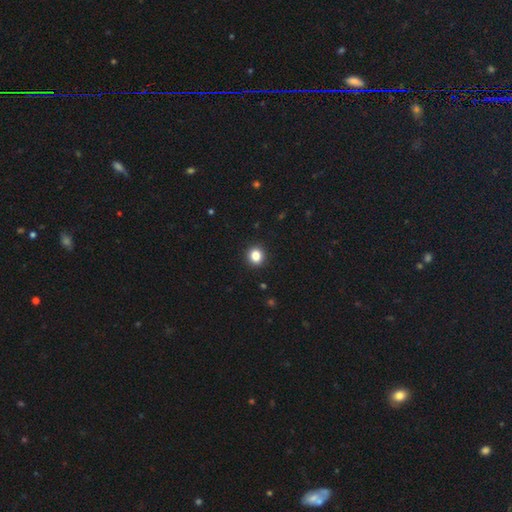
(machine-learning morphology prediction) A smooth galaxy with no disk features (84%) that is round (84%).

Vote fractions:
- Smooth or featured? smooth: 84% / star or artifact: 11% / featured or disk: 5%
- How rounded? round: 84% / in between: 15% / cigar-shaped: 1%
- Merging? none: 92% / minor disturbance: 5% / major disturbance: 2% / merger: 1%